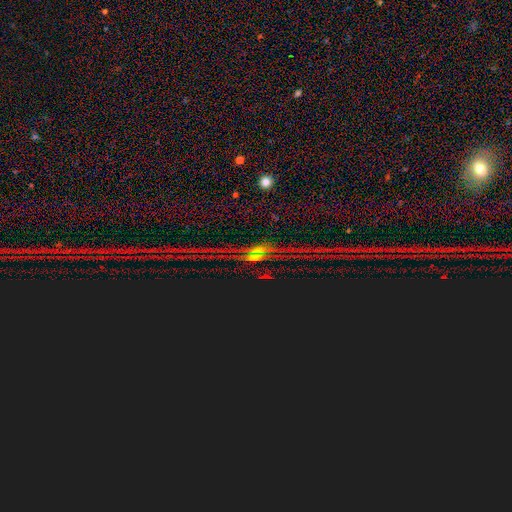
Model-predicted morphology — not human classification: The model was most divided on "smooth or featured": star or artifact: 64%, featured or disk: 22%, smooth: 14%.